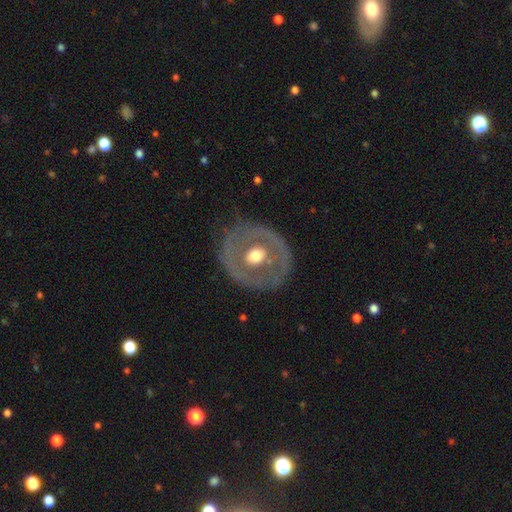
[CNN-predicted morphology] Smooth or featured?
  - featured or disk: 63% *
  - smooth: 32%
  - star or artifact: 5%
Edge-on disk?
  - no: 95% *
  - yes: 5%
Bar?
  - no: 81% *
  - weak: 14%
  - strong: 6%
Spiral arms?
  - no: 82% *
  - yes: 18%
Bulge size?
  - moderate: 71% *
  - large: 21%
  - small: 6%
  - dominant: 2%
  - none: 1%
Merging?
  - none: 74% *
  - minor disturbance: 15%
  - major disturbance: 9%
  - merger: 2%